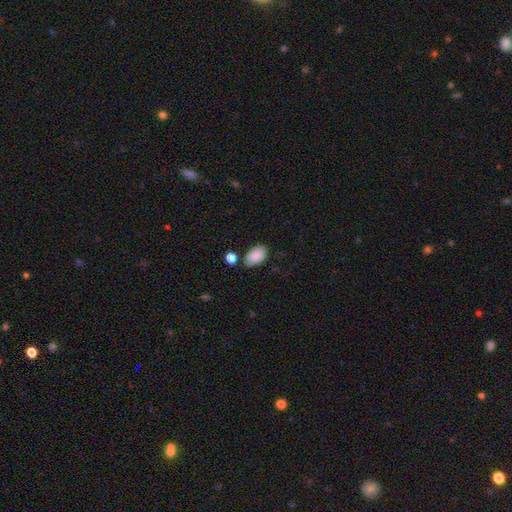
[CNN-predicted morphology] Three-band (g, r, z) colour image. It shows a smooth galaxy with no disk features (87%) that is in between round and cigar-shaped (91%). Merging: none (73%).